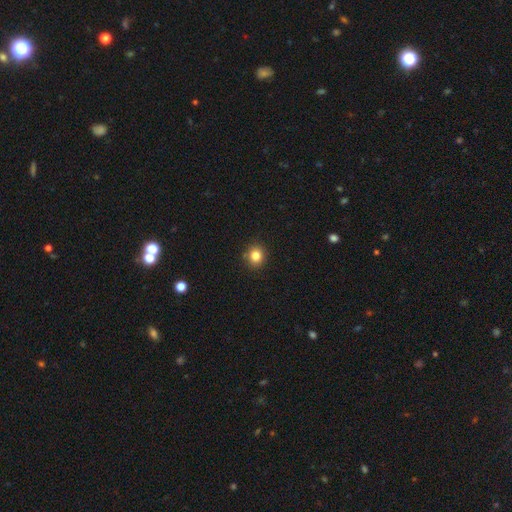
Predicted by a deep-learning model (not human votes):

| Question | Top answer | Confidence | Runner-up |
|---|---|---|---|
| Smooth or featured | smooth | 83% | star or artifact (12%) |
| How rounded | round | 84% | in between (15%) |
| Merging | none | 89% | minor disturbance (7%) |